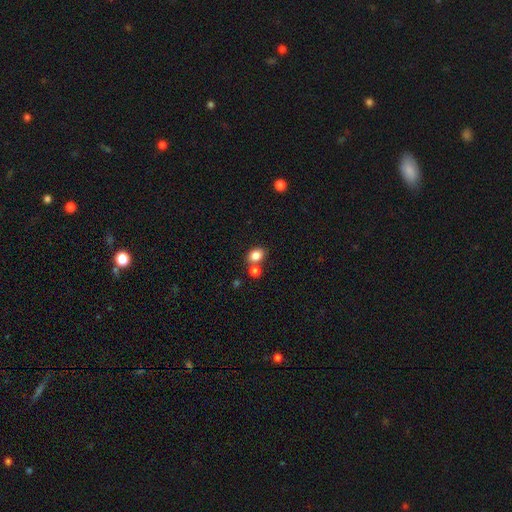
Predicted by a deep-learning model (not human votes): The model was most divided on "how rounded": in between: 55%, round: 44%, cigar-shaped: 1%. More confident: smooth or featured — smooth (82%); merging — none (64%).